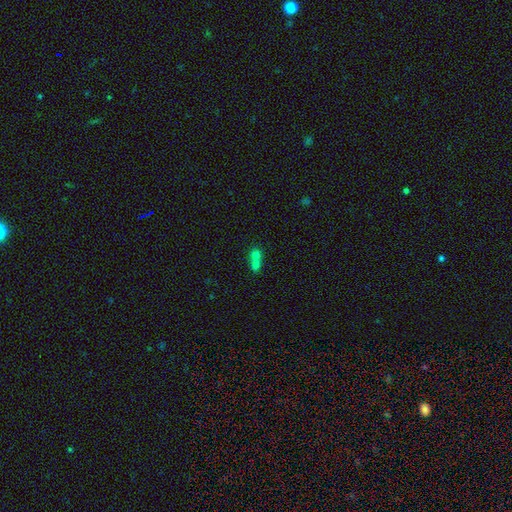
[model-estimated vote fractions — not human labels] smooth 70%, featured or disk 17%, star or artifact 13%. Down the decision tree: how rounded — round (61%); merging — merger (73%).